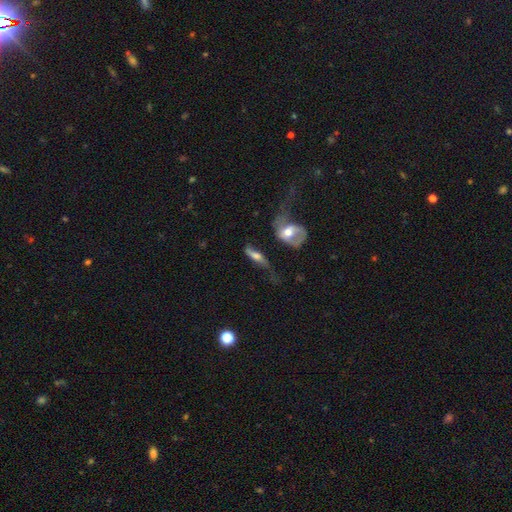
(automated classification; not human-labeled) This appears to be a featured or disk galaxy (50%). Merging: none (29%, tied with major disturbance).